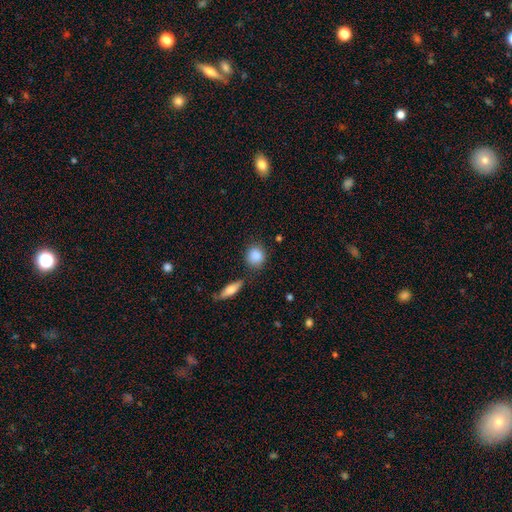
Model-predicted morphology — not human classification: The model was most divided on "how rounded": round: 76%, in between: 22%, cigar-shaped: 3%. More confident: smooth or featured — smooth (87%); merging — none (77%).